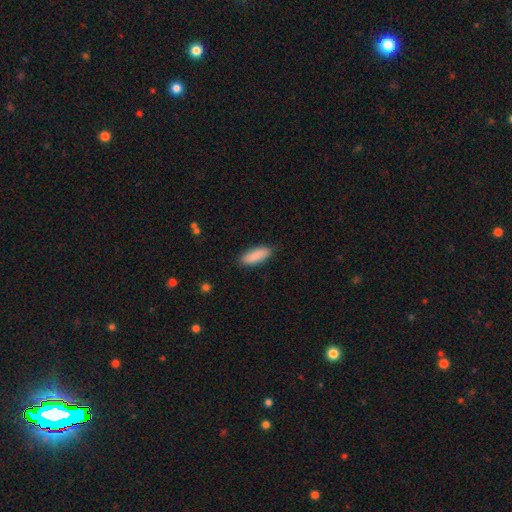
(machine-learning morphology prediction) smooth 90%, star or artifact 6%, featured or disk 4%. Down the decision tree: how rounded — in between (70%); merging — none (86%).